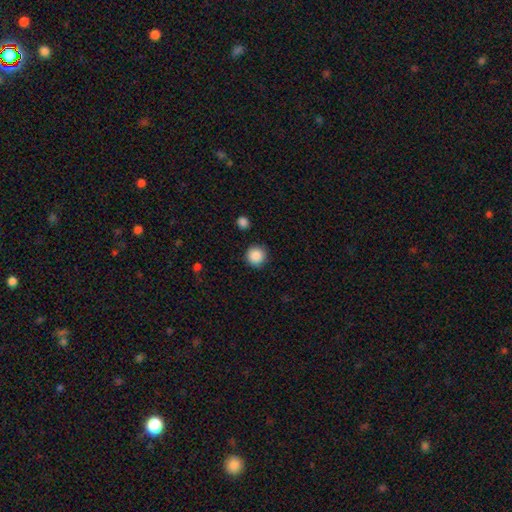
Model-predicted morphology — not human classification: A smooth galaxy with no disk features (88%) that is round (94%). Merging: none (89%).